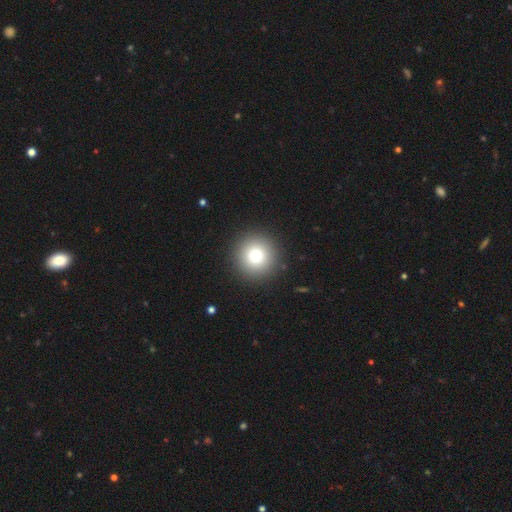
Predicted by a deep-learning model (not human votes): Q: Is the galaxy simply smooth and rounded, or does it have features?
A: smooth — 77%.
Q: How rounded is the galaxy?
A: round — 96%.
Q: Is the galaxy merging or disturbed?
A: none — 92%.